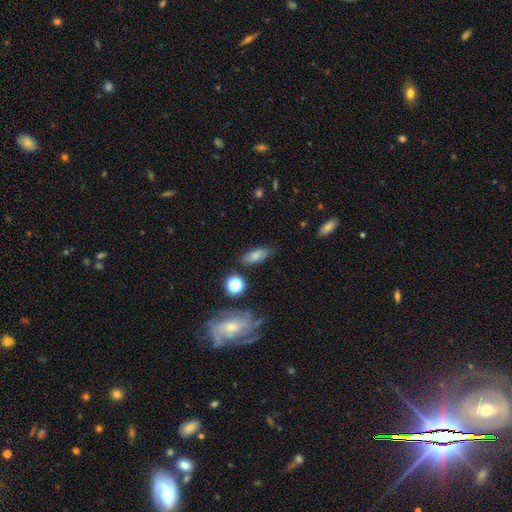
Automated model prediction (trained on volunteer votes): smooth 75%, featured or disk 13%, star or artifact 11%. Down the decision tree: how rounded — in between (81%); merging — none (77%).